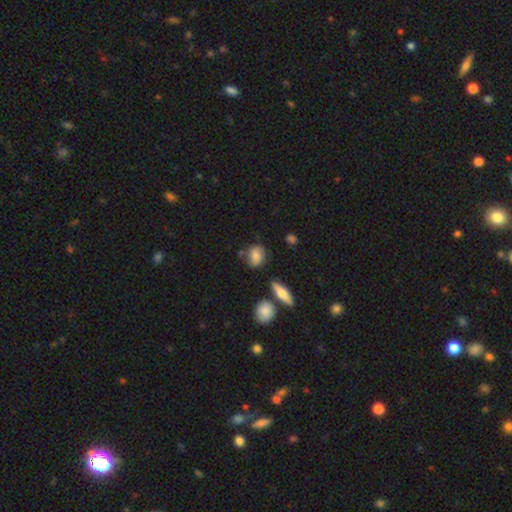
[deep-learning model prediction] Q: Smooth or featured?
A: smooth (74%); runner-up: featured or disk (17%)
Q: How rounded?
A: round (50%); runner-up: in between (47%)
Q: Merging?
A: none (70%); runner-up: minor disturbance (18%)